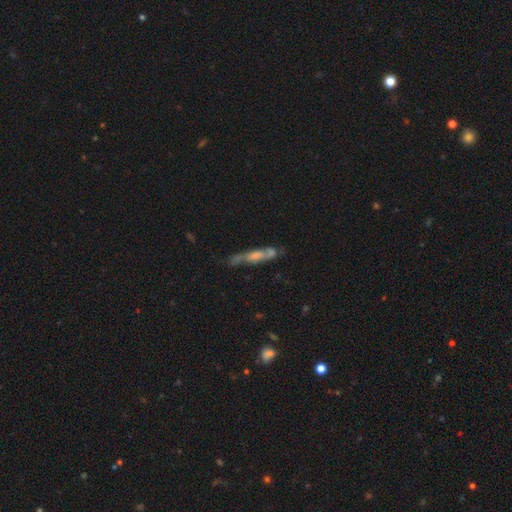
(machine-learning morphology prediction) featured or disk 58%, smooth 33%, star or artifact 9%. Down the decision tree: edge-on disk — yes (53%); merging — none (55%).